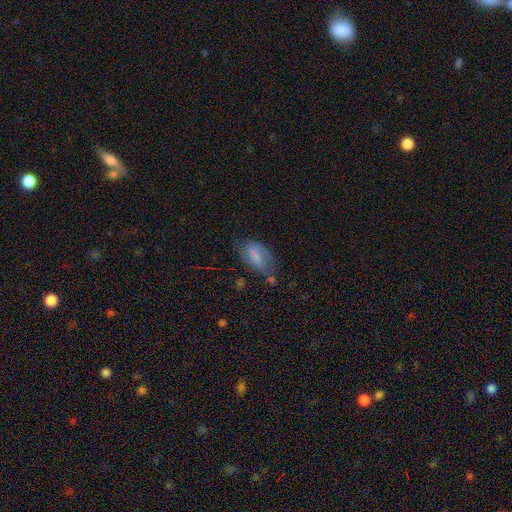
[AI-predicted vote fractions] Morphology: type=smooth (48%); merging=none (46%).